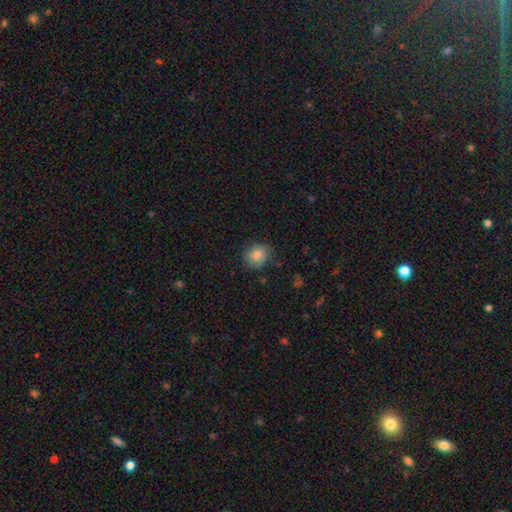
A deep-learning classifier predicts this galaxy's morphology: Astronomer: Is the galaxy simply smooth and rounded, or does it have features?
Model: smooth — 83%.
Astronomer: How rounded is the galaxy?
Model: round — 71%.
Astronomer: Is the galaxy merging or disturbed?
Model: none — 80%.